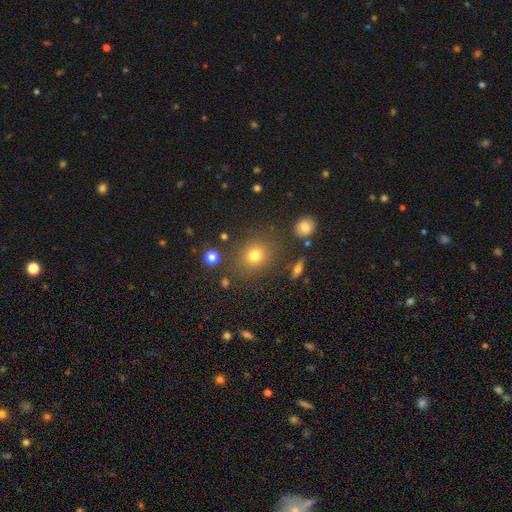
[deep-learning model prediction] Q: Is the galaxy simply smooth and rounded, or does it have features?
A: smooth — 70%.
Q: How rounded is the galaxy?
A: round — 74%.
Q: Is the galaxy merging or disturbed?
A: none — 83%.